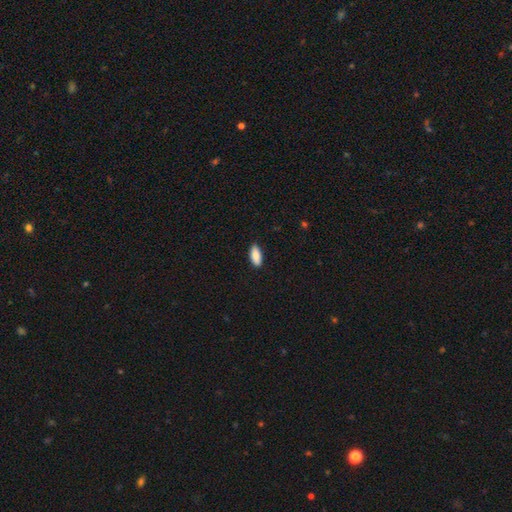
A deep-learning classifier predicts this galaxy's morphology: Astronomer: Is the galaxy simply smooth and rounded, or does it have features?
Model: smooth — 88%.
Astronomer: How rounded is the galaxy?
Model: in between — 83%.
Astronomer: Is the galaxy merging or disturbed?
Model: none — 87%.